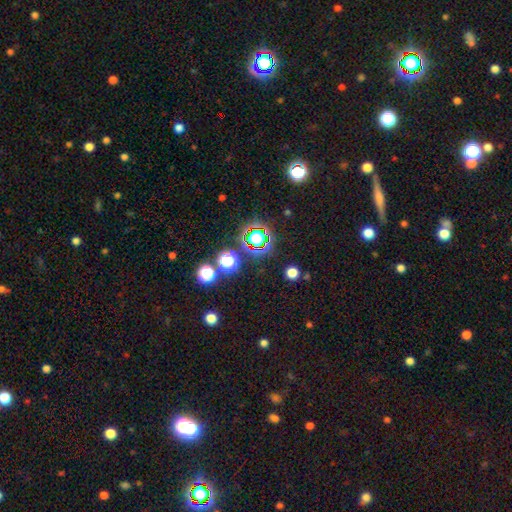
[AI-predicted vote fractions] smooth-or-featured: star or artifact: 74% | smooth: 17% | featured or disk: 9%